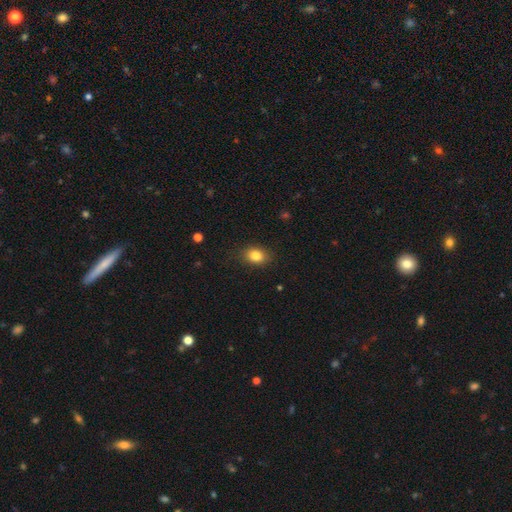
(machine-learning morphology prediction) The model was most divided on "how rounded": in between: 70%, round: 28%, cigar-shaped: 1%. More confident: merging — none (85%); smooth or featured — smooth (84%).